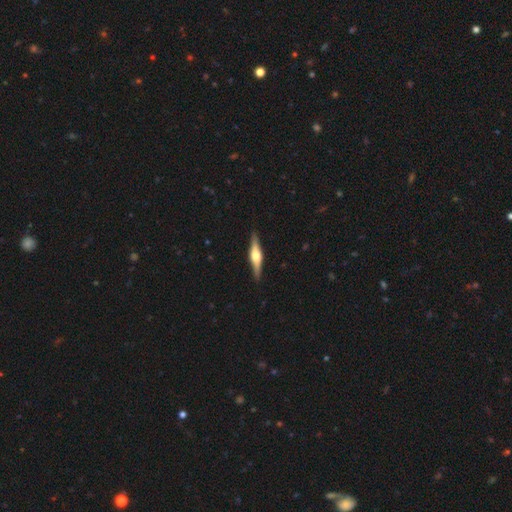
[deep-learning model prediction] Q: Smooth or featured?
A: featured or disk (73%); runner-up: smooth (22%)
Q: Edge-on disk?
A: yes (97%); runner-up: no (3%)
Q: Edge-on bulge?
A: rounded (91%); runner-up: boxy (7%)
Q: Merging?
A: none (91%); runner-up: minor disturbance (7%)